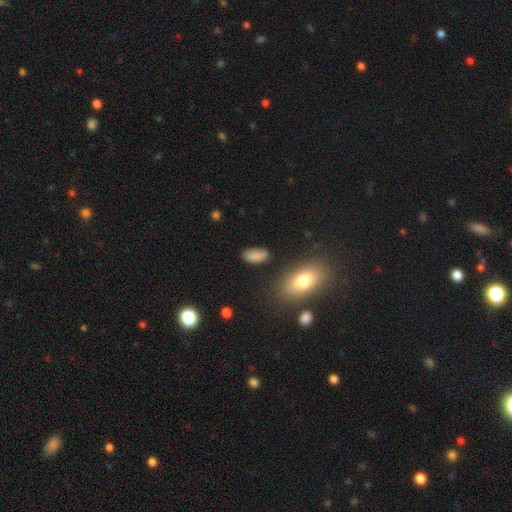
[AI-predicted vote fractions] A smooth galaxy with no disk features (85%) that is in between round and cigar-shaped (91%).

Vote fractions:
- Smooth or featured? smooth: 85% / star or artifact: 9% / featured or disk: 6%
- How rounded? in between: 91% / cigar-shaped: 5% / round: 3%
- Merging? none: 78% / minor disturbance: 15% / major disturbance: 4% / merger: 3%